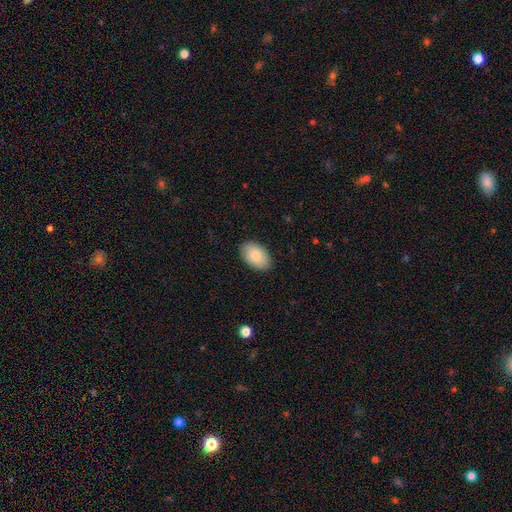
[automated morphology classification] type=smooth (81%); roundness=in between (91%); merging=none (88%).